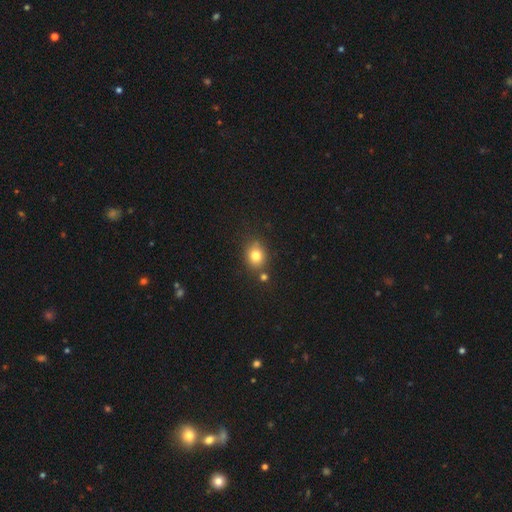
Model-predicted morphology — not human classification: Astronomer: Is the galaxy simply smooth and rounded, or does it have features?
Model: smooth — 79%.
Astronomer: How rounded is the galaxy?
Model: round — 57% (runner-up: in between, 42%).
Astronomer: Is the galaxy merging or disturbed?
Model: none — 74%.